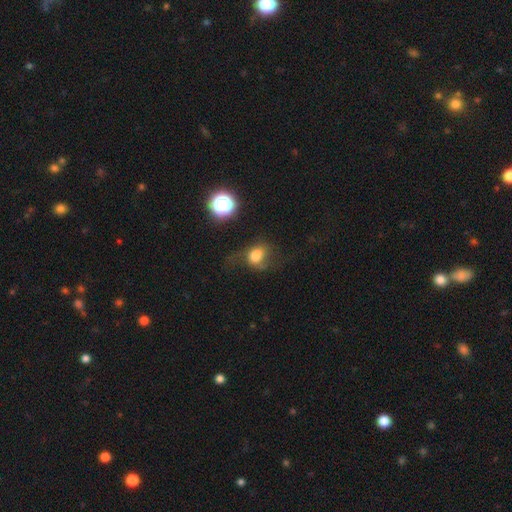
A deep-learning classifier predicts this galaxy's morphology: Q: Smooth or featured?
A: smooth (68%); runner-up: featured or disk (18%)
Q: How rounded?
A: round (54%); runner-up: in between (45%)
Q: Merging?
A: major disturbance (37%); runner-up: none (35%)